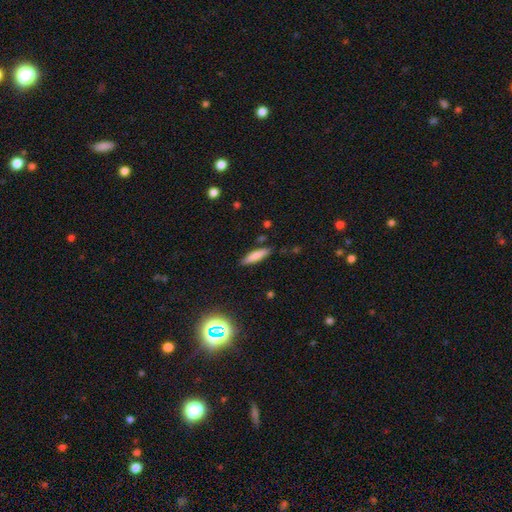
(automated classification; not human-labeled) Smooth or featured: smooth — 78% (featured or disk — 14%)
How rounded: cigar-shaped — 70% (in between — 29%)
Merging: none — 84% (minor disturbance — 11%)